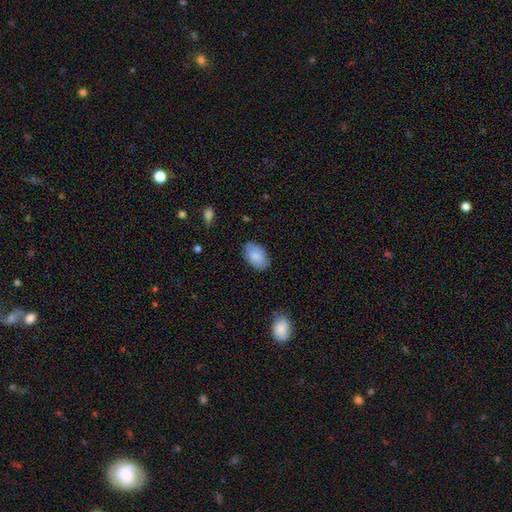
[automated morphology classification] Q: Smooth or featured?
A: smooth (84%); runner-up: featured or disk (9%)
Q: How rounded?
A: in between (93%); runner-up: round (6%)
Q: Merging?
A: none (82%); runner-up: minor disturbance (14%)